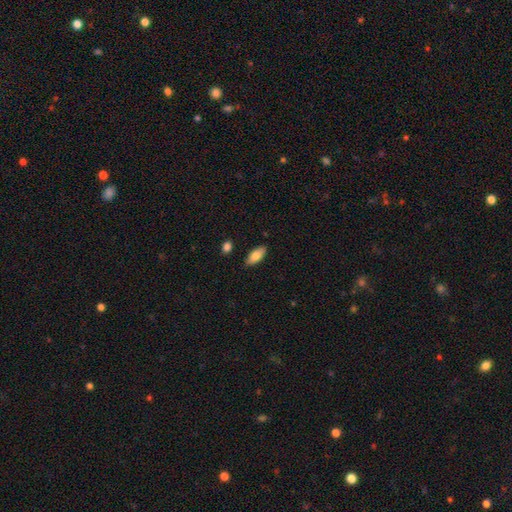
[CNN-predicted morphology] A smooth galaxy with no disk features (81%) that is in between round and cigar-shaped (86%). Merging: none (84%).